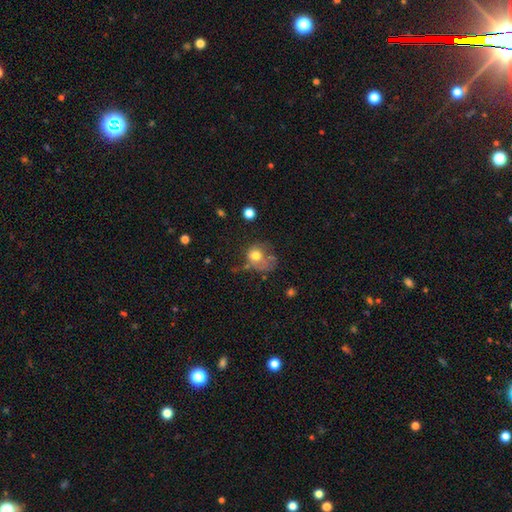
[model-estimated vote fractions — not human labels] Morphology: type=smooth (66%); roundness=round (61%); merging=major disturbance (36%).